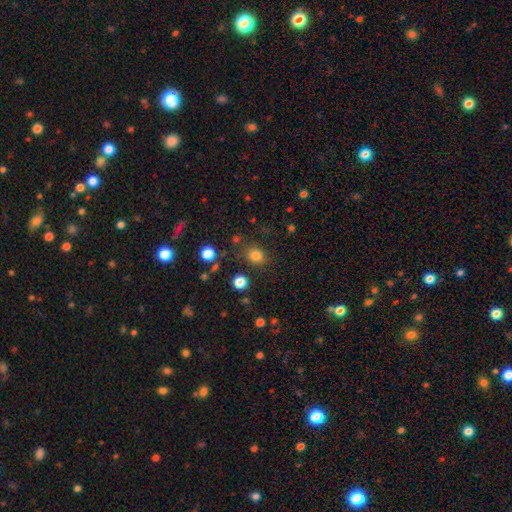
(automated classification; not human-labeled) This appears to be a smooth galaxy with no disk features (80%) that is round (65%). Merging: none (78%).